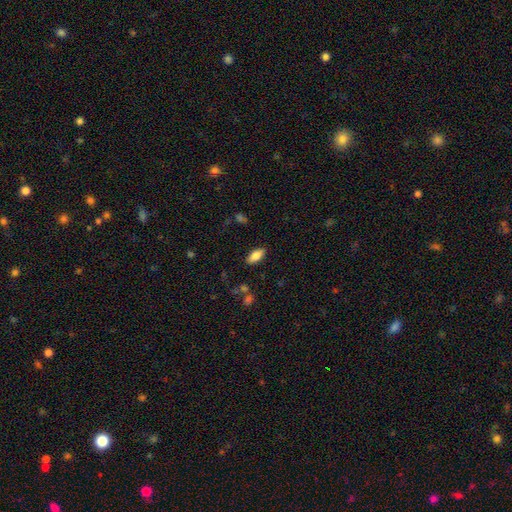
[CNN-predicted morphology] Smooth or featured?
  - smooth: 82% *
  - featured or disk: 11%
  - star or artifact: 7%
How rounded?
  - in between: 88% *
  - cigar-shaped: 10%
  - round: 2%
Merging?
  - none: 86% *
  - minor disturbance: 10%
  - major disturbance: 3%
  - merger: 2%